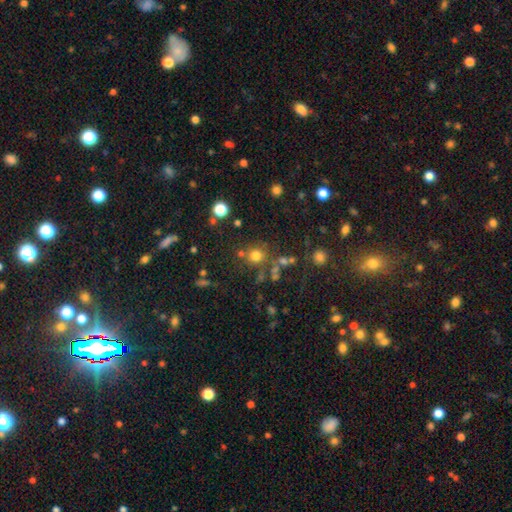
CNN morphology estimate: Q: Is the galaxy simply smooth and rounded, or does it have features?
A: smooth — 72%.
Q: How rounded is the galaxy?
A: round — 89%.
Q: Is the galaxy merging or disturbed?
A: none — 72%.